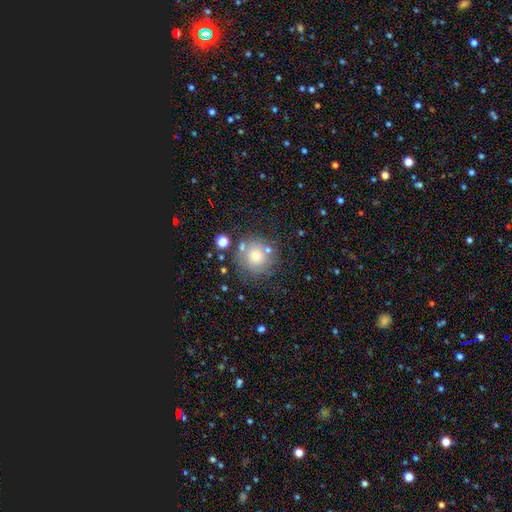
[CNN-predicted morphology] Overall: smooth (48%; featured or disk 38%). Merging: none (67%).